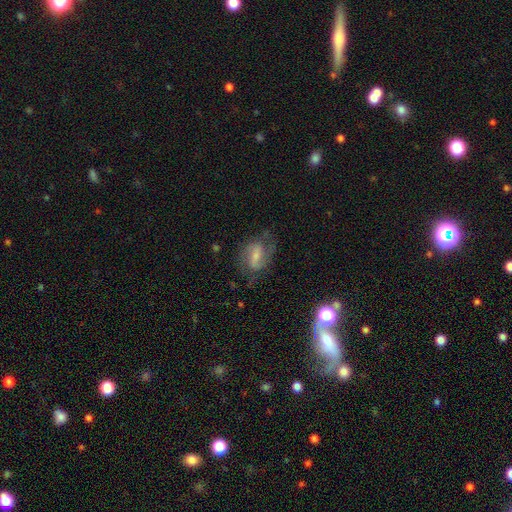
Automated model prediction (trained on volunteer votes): This appears to be a featured or disk galaxy (64%) with a weak bar (47%), 2 (81%) medium (48%) spiral arms (86%) and a small central bulge (47%). Merging: none (60%).